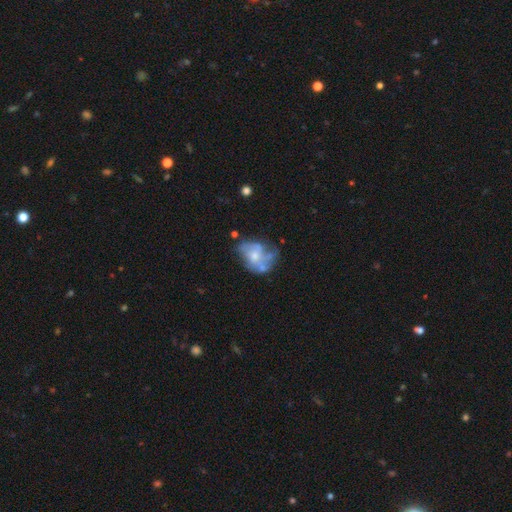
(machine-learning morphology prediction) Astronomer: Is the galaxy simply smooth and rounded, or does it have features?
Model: featured or disk — 60%.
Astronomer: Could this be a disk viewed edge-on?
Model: no — 97%.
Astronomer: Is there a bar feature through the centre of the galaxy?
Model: no — 77%.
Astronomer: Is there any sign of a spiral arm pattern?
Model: no — 58% (runner-up: yes, 42%).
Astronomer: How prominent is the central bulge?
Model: moderate — 48% (runner-up: small, 37%).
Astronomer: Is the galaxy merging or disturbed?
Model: none — 36% (runner-up: major disturbance, 26%).